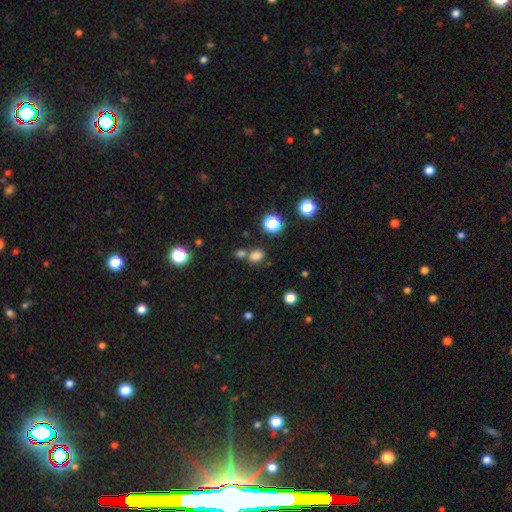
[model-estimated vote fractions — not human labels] Smooth or featured?
  - smooth: 76% *
  - star or artifact: 19%
  - featured or disk: 6%
How rounded?
  - in between: 50% *
  - round: 48%
  - cigar-shaped: 1%
Merging?
  - none: 62% *
  - merger: 24%
  - minor disturbance: 10%
  - major disturbance: 4%